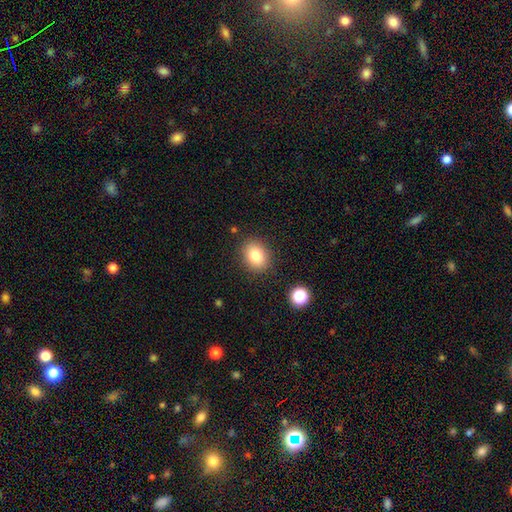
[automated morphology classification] Smooth or featured? smooth (82%)
How rounded? round (51%)
Merging? none (86%)